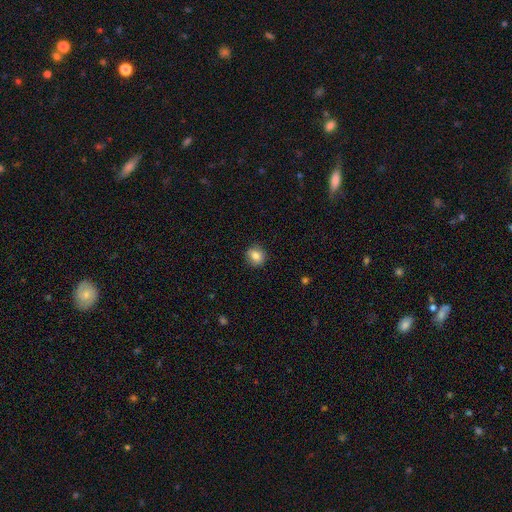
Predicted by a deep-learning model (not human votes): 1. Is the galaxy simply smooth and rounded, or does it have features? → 83% smooth, 9% star or artifact, 8% featured or disk.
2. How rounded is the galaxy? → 71% round, 28% in between, 1% cigar-shaped.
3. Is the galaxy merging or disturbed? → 85% none, 11% minor disturbance, 3% major disturbance, 1% merger.